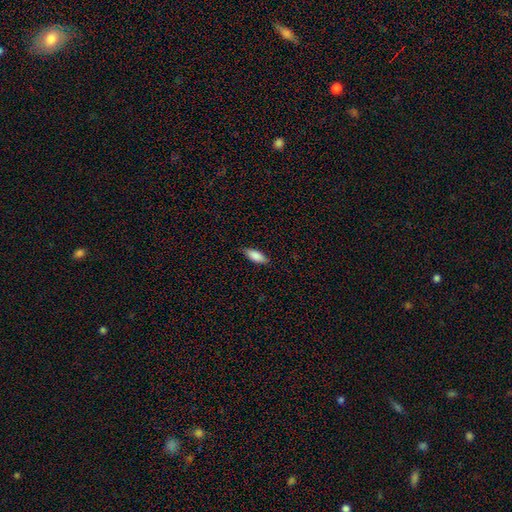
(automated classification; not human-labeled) smooth-or-featured: smooth: 87% | featured or disk: 7% | star or artifact: 6%
  how-rounded: in between: 77% | cigar-shaped: 21% | round: 2%
  merging: none: 85% | minor disturbance: 12% | major disturbance: 2% | merger: 1%